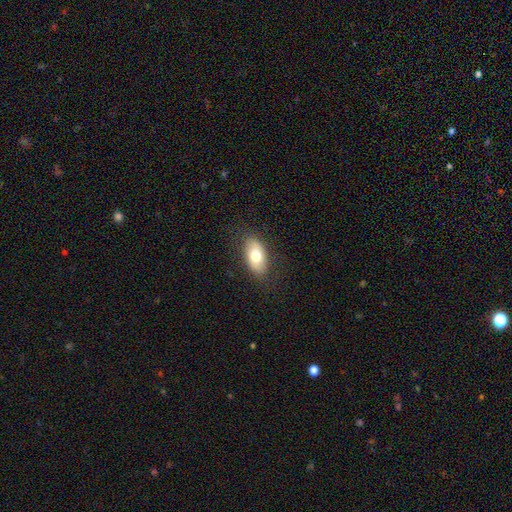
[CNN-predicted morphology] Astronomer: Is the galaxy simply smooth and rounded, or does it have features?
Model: smooth — 71%.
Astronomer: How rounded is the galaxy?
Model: in between — 92%.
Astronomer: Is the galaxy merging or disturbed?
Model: none — 83%.